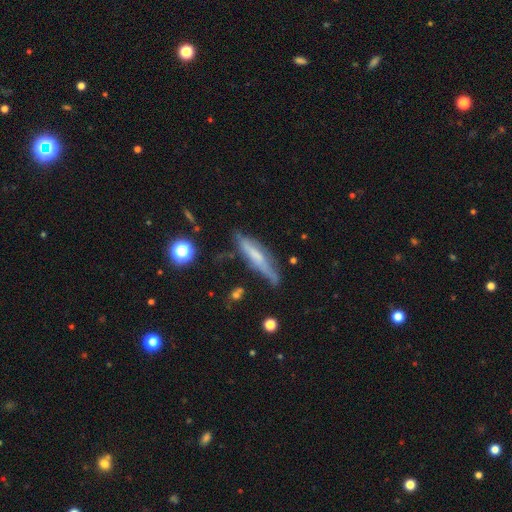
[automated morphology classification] The model was most divided on "smooth or featured": featured or disk: 52%, smooth: 39%, star or artifact: 8%. More confident: edge-on disk — yes (79%); merging — none (63%).